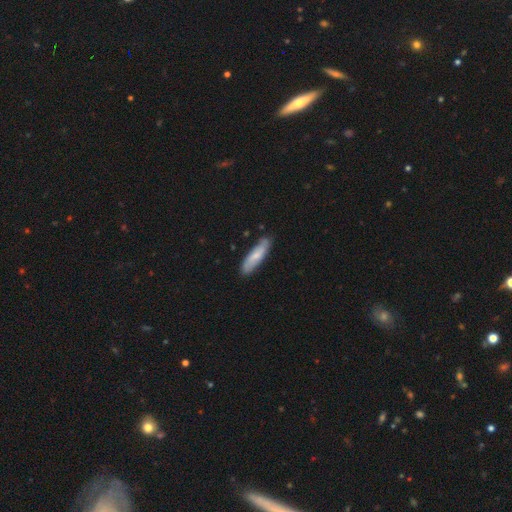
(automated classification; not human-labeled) Smooth or featured? smooth (65%)
How rounded? cigar-shaped (64%)
Merging? none (80%)